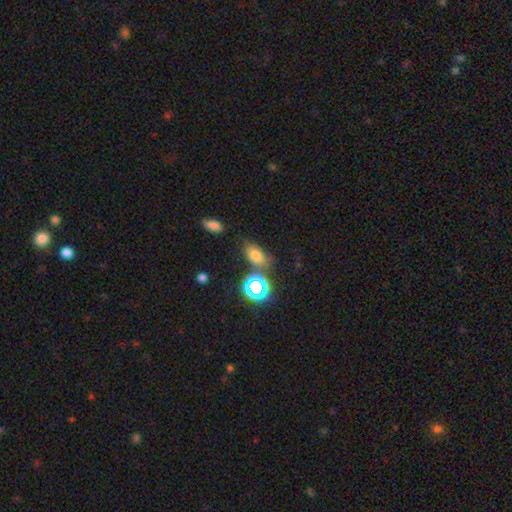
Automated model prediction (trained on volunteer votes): Morphology: type=smooth (67%); roundness=in between (86%); merging=none (69%).